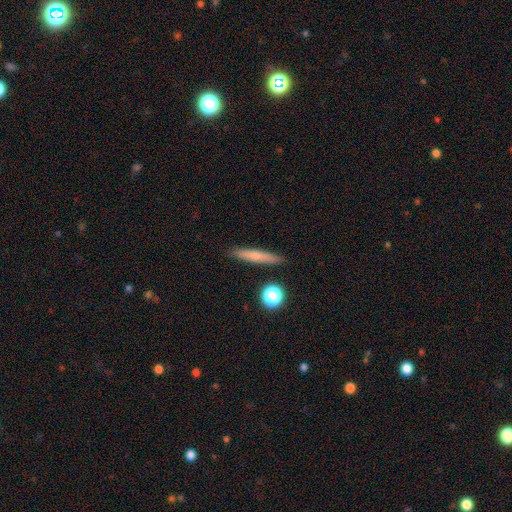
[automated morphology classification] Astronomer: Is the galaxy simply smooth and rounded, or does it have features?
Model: smooth — 64%.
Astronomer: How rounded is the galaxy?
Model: cigar-shaped — 92%.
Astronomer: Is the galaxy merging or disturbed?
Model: none — 89%.